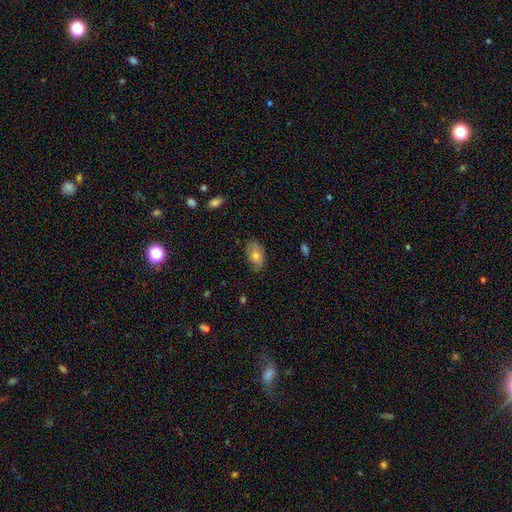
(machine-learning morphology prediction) smooth_or_featured: smooth (p=0.60) [alt: featured or disk p=0.30]
how_rounded: in between (p=0.88) [alt: round p=0.11]
merging: none (p=0.68) [alt: minor disturbance p=0.25]